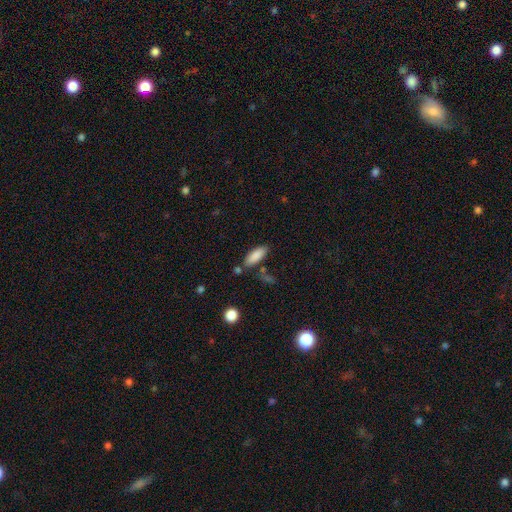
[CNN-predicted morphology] smooth-or-featured: smooth: 86% | featured or disk: 7% | star or artifact: 7%
  how-rounded: in between: 72% | cigar-shaped: 26% | round: 2%
  merging: none: 74% | minor disturbance: 14% | merger: 8% | major disturbance: 4%